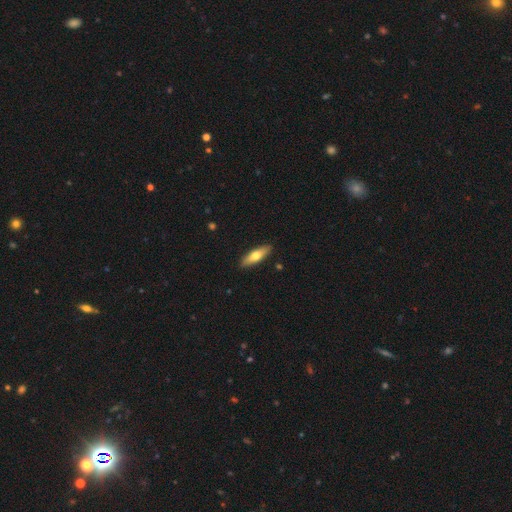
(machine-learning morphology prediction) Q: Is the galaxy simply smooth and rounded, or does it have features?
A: smooth — 60%.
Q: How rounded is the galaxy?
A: cigar-shaped — 55%.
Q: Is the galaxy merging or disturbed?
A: none — 90%.